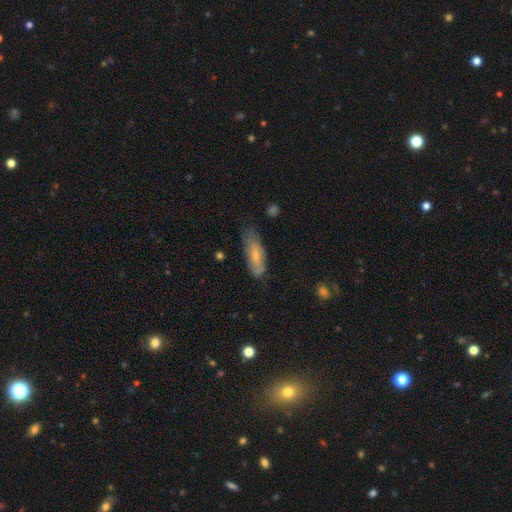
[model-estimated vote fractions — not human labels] Smooth or featured? Predicted: smooth (p=0.64). How rounded? Predicted: in between (p=0.66). Merging? Predicted: none (p=0.53).